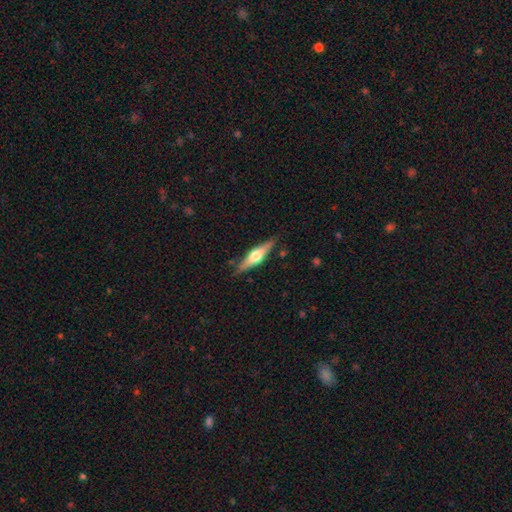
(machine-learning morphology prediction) Overall: featured or disk (62%; smooth 32%). Edge-on disk: yes (96%). Edge-on bulge: rounded (92%). Merging: none (84%).